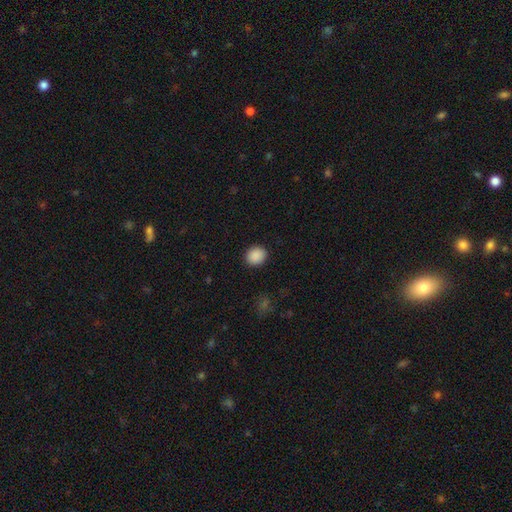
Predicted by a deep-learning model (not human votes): Smooth or featured?
  - smooth: 90% *
  - star or artifact: 8%
  - featured or disk: 2%
How rounded?
  - round: 70% *
  - in between: 30%
  - cigar-shaped: 1%
Merging?
  - none: 91% *
  - minor disturbance: 6%
  - major disturbance: 2%
  - merger: 1%